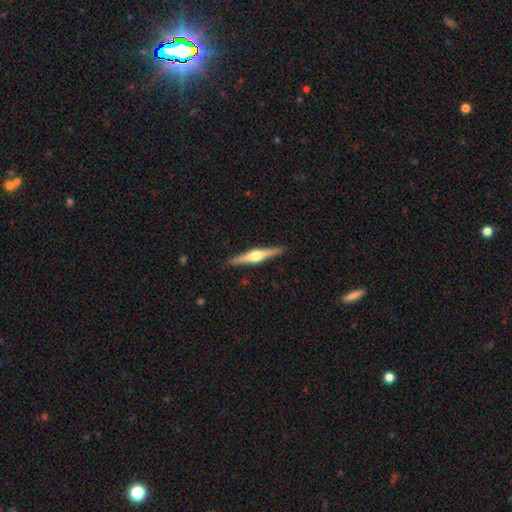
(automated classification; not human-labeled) A featured or disk galaxy (76%) viewed edge-on (98%) with a rounded central bulge (92%). Merging: none (92%).